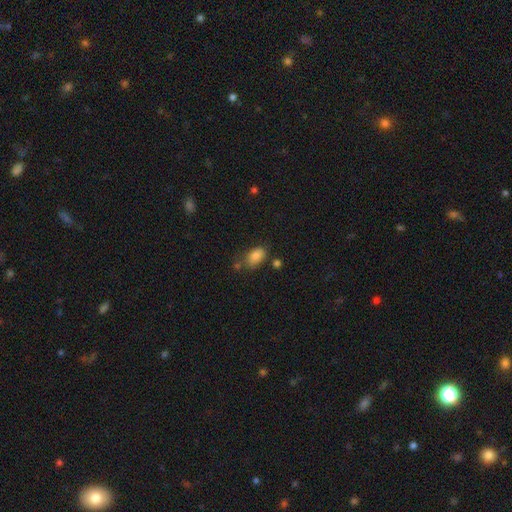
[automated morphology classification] Smooth or featured? smooth (85%)
How rounded? in between (90%)
Merging? none (61%)